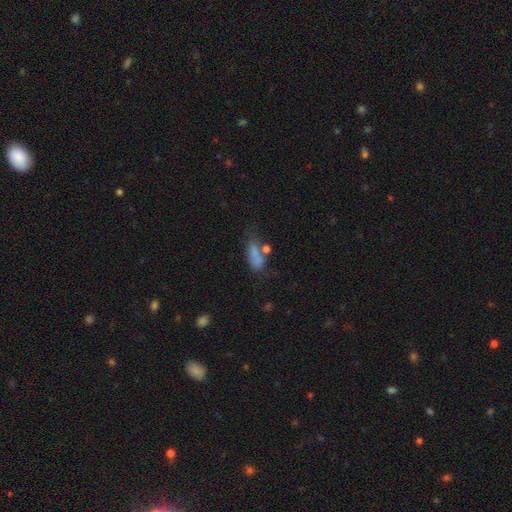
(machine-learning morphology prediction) smooth 73%, featured or disk 15%, star or artifact 12%. Down the decision tree: how rounded — in between (71%); merging — none (37%).